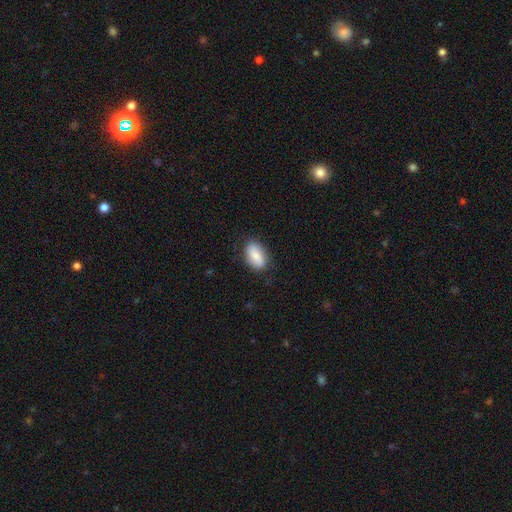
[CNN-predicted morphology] Smooth or featured? smooth (83%)
How rounded? in between (92%)
Merging? none (82%)